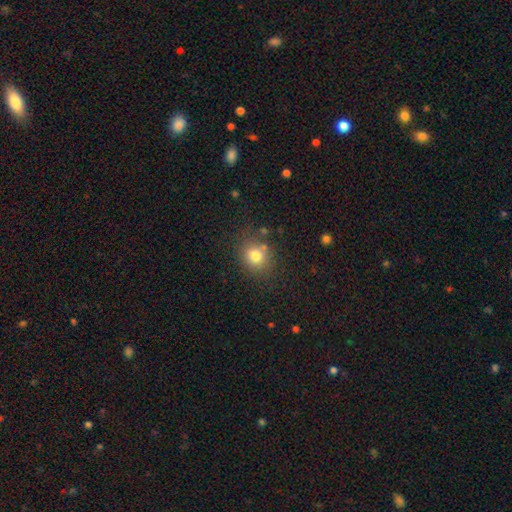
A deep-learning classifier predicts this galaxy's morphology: A smooth galaxy with no disk features (78%) that is round (75%). Merging: none (77%).